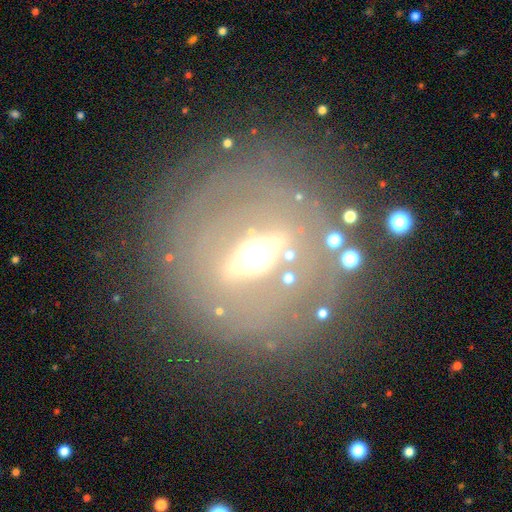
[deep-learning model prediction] Overall: featured or disk (73%). Edge-on disk: no (59%; yes 41%). Merging: none (79%).